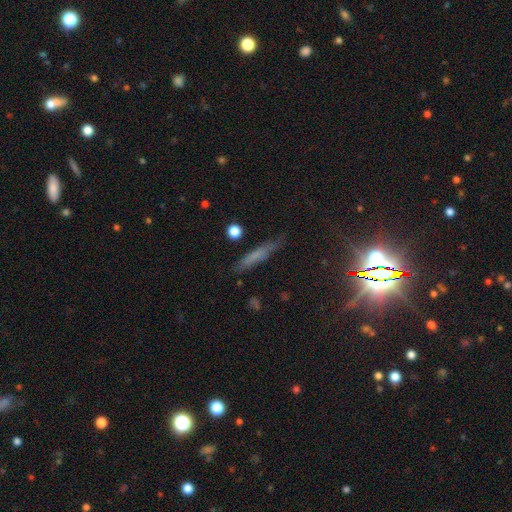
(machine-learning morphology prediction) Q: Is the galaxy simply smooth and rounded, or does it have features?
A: smooth — 56%.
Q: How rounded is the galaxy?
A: cigar-shaped — 88%.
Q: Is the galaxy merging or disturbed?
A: none — 77%.